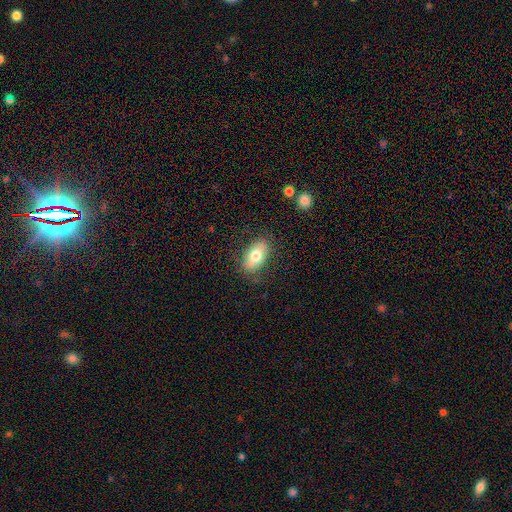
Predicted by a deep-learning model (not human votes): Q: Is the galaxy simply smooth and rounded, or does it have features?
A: smooth — 70%.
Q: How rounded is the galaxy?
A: in between — 90%.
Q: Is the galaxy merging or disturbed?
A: none — 82%.